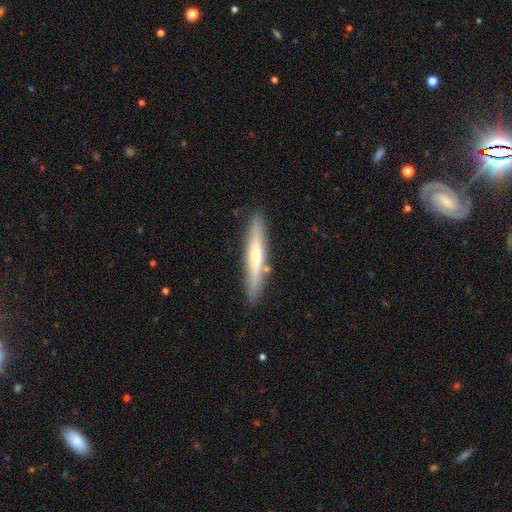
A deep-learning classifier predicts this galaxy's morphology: A smooth galaxy with no disk features (49%). Merging: none (86%).